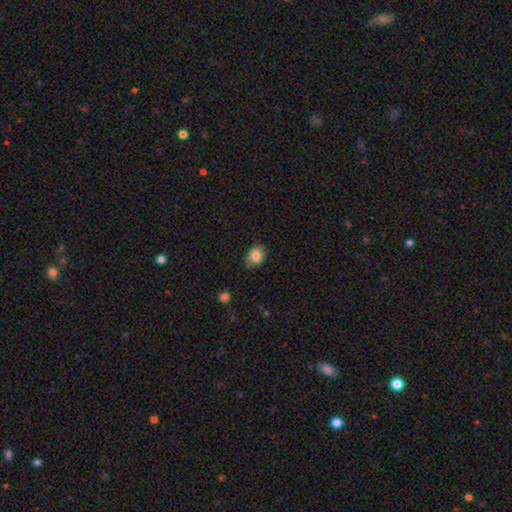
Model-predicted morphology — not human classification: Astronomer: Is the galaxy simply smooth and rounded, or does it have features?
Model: smooth — 81%.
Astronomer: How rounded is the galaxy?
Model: in between — 70%.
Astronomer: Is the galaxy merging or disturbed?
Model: none — 73%.